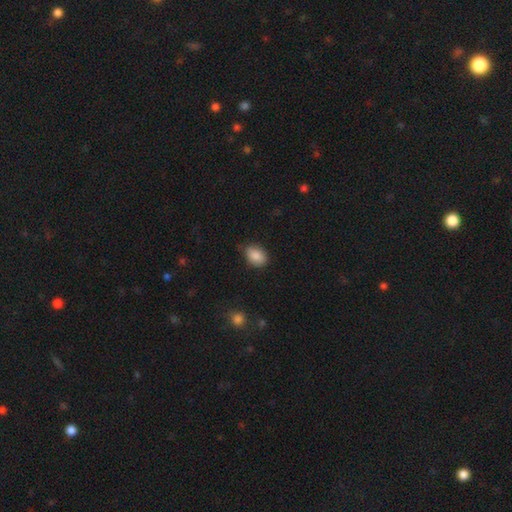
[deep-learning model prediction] This is clearly a smooth galaxy (87%). How rounded: clearly in between (81%). Merging: likely none (76%).